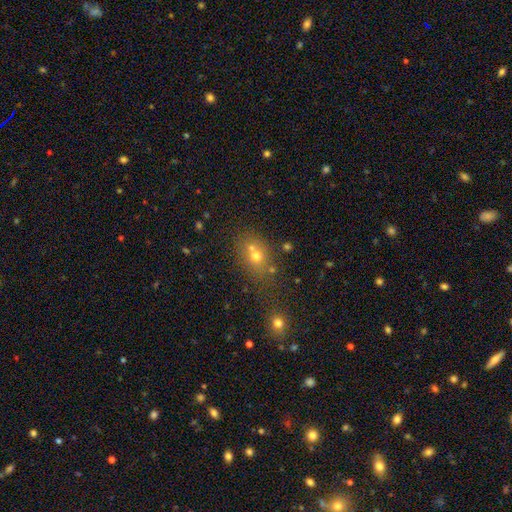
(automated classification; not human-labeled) This appears to be a smooth galaxy with no disk features (60%) that is round (56%). Merging: none (47%).